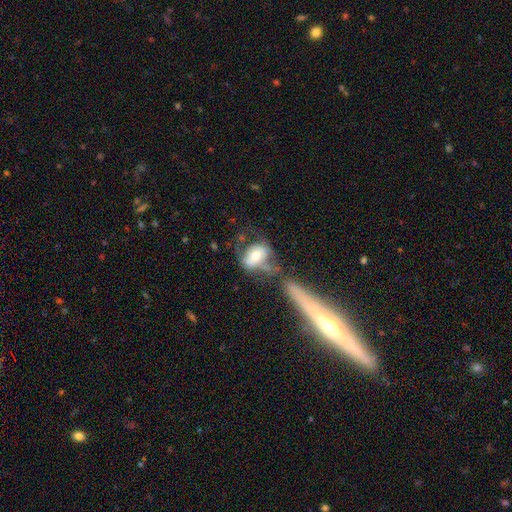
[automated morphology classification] Smooth or featured: smooth — 54% (featured or disk — 38%)
How rounded: in between — 73% (round — 24%)
Merging: merger — 34% (major disturbance — 26%)